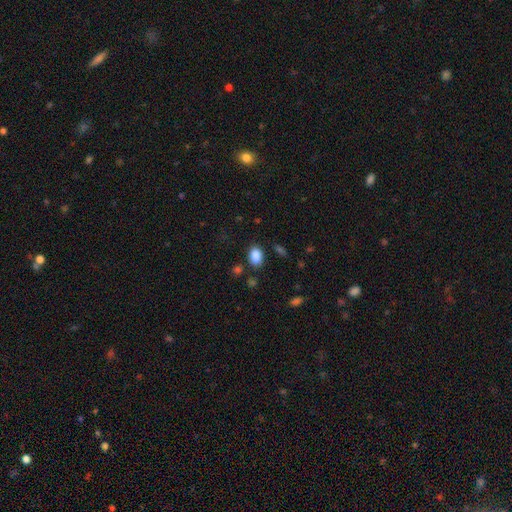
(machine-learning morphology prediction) smooth-or-featured: smooth: 87% | star or artifact: 9% | featured or disk: 4%
  how-rounded: in between: 79% | round: 20% | cigar-shaped: 1%
  merging: none: 81% | minor disturbance: 12% | major disturbance: 4% | merger: 4%